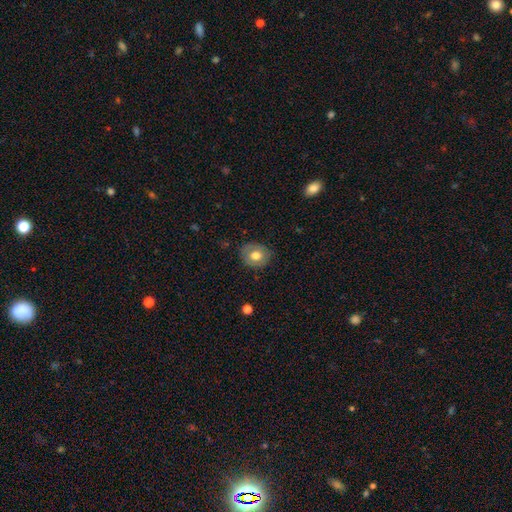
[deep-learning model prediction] This appears to be a smooth galaxy with no disk features (66%) that is round (62%). Merging: none (80%).